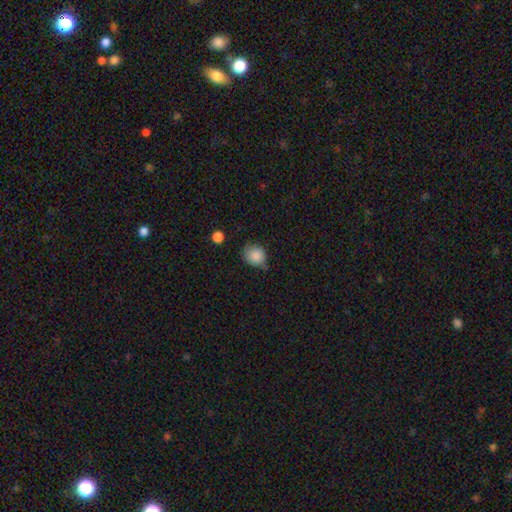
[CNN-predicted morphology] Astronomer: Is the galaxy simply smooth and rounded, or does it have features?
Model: smooth — 86%.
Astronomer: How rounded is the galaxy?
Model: round — 80%.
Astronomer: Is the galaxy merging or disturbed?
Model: none — 57% (runner-up: minor disturbance, 33%).